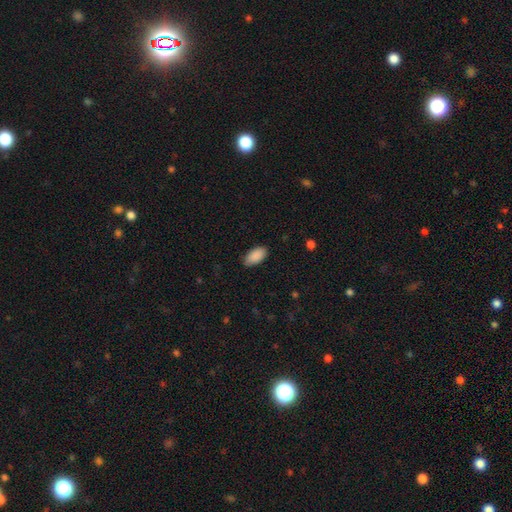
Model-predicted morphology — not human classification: The model was most divided on "merging": none: 84%, minor disturbance: 13%, major disturbance: 3%, merger: 1%. More confident: how rounded — in between (94%); smooth or featured — smooth (90%).